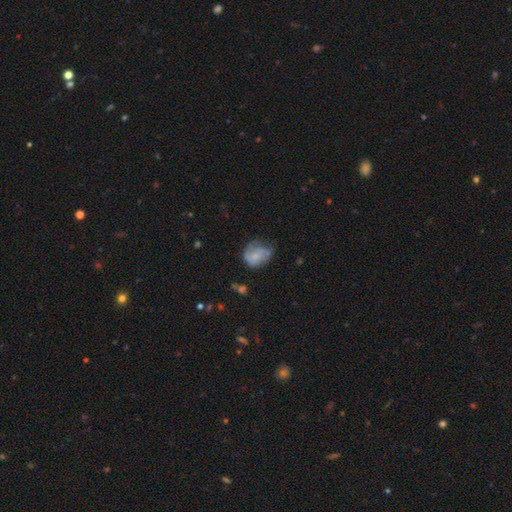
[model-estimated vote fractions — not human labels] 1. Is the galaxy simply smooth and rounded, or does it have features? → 59% smooth, 32% featured or disk, 9% star or artifact.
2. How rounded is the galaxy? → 53% round, 45% in between, 1% cigar-shaped.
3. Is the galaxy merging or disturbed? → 37% none, 35% minor disturbance, 24% major disturbance, 4% merger.